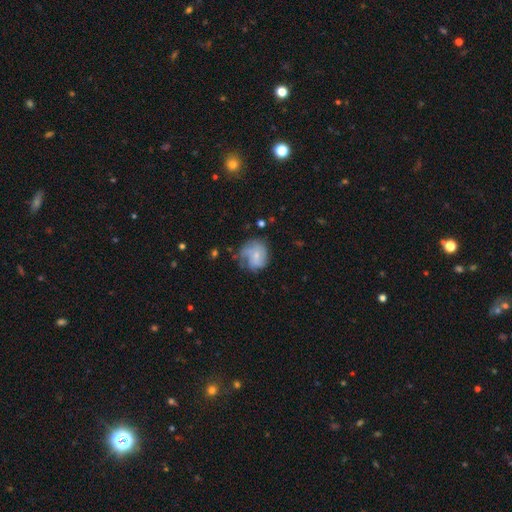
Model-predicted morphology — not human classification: Overall: featured or disk (53%; smooth 39%). Edge-on disk: no (98%). Bar: no (66%; weak 30%). Spiral arms: yes (79%). Bulge size: small (64%). Merging: none (54%; minor disturbance 26%).